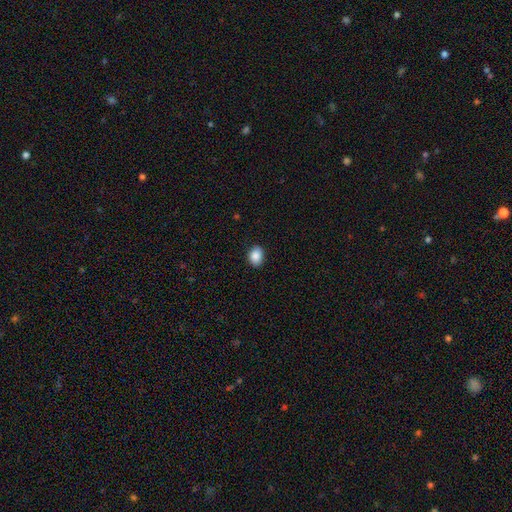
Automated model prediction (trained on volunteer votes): Smooth or featured? Predicted: smooth (p=0.88). How rounded? Predicted: in between (p=0.66). Merging? Predicted: none (p=0.87).